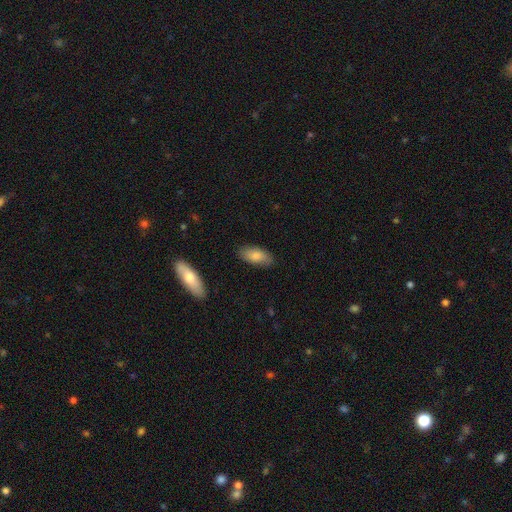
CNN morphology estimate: The model was most divided on "smooth or featured": smooth: 81%, featured or disk: 13%, star or artifact: 6%. More confident: how rounded — in between (86%); merging — none (83%).